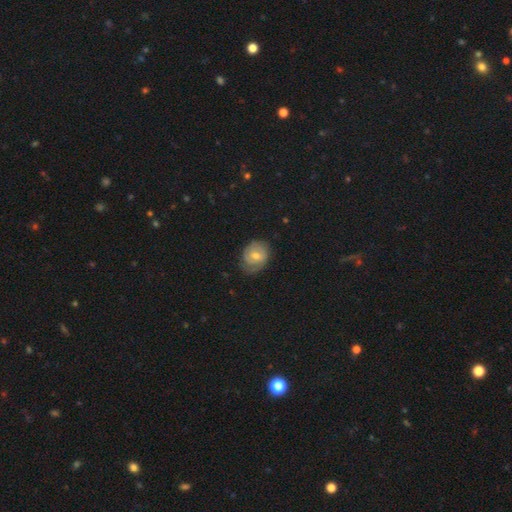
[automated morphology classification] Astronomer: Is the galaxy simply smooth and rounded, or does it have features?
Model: featured or disk — 63%.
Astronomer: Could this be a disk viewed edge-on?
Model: no — 97%.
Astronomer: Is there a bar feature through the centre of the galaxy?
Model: weak — 47% (runner-up: no, 43%).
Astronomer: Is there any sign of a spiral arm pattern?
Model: yes — 85%.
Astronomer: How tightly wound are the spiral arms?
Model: tight — 62%.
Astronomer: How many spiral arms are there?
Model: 2 — 50% (runner-up: can't tell, 27%).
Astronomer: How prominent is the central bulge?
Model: moderate — 60%.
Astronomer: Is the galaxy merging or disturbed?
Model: none — 66%.